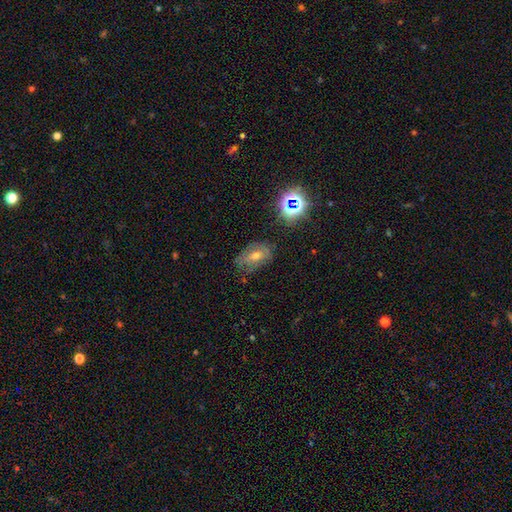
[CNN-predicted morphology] The model was most divided on "smooth or featured": featured or disk: 39%, smooth: 36%, star or artifact: 26%. More confident: merging — none (62%).